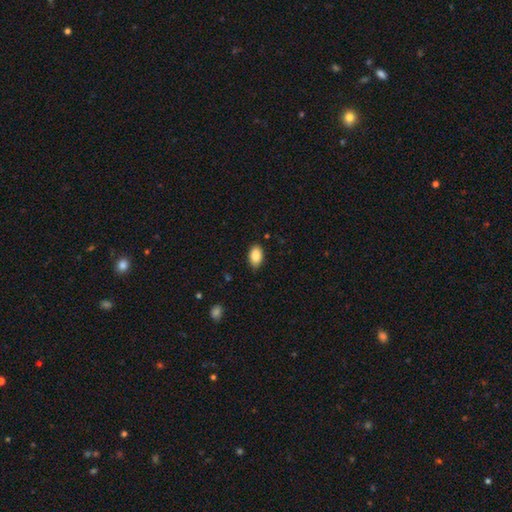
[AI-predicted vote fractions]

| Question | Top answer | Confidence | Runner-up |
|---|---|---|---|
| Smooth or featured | smooth | 87% | star or artifact (7%) |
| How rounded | in between | 91% | round (7%) |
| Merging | none | 80% | minor disturbance (16%) |